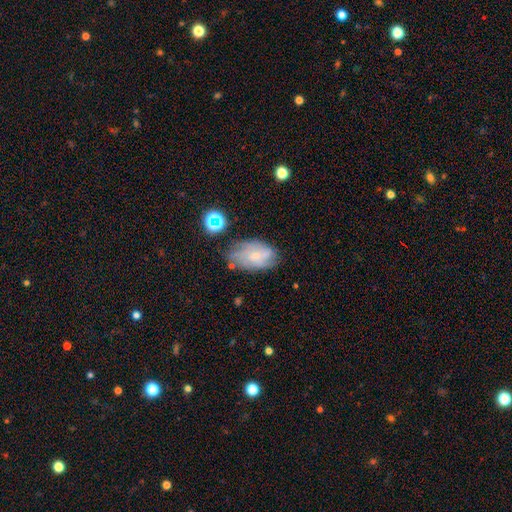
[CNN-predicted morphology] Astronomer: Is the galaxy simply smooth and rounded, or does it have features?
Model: featured or disk — 53% (runner-up: smooth, 37%).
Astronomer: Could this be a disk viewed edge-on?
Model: no — 95%.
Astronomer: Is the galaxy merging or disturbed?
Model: none — 60%.